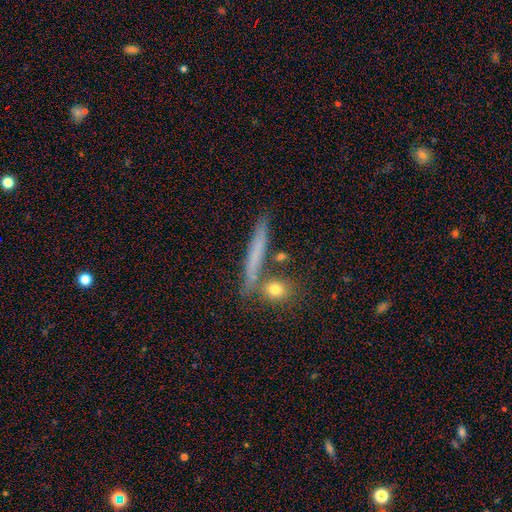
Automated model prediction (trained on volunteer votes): Q: Smooth or featured?
A: smooth (60%); runner-up: featured or disk (31%)
Q: How rounded?
A: cigar-shaped (90%); runner-up: in between (5%)
Q: Merging?
A: none (79%); runner-up: minor disturbance (10%)